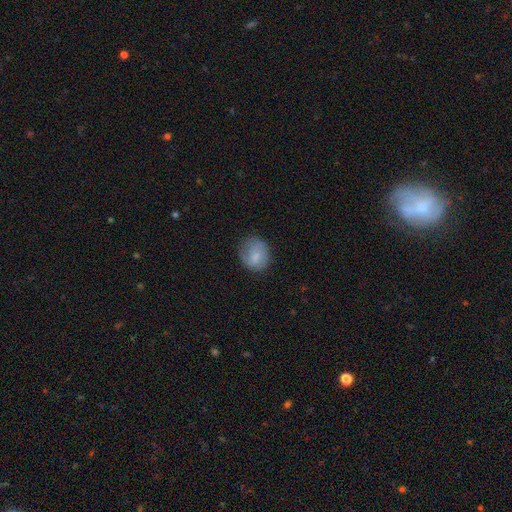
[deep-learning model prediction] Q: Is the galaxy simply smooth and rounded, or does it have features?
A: smooth — 73%.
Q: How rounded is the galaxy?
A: round — 71%.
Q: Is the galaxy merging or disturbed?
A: none — 63%.